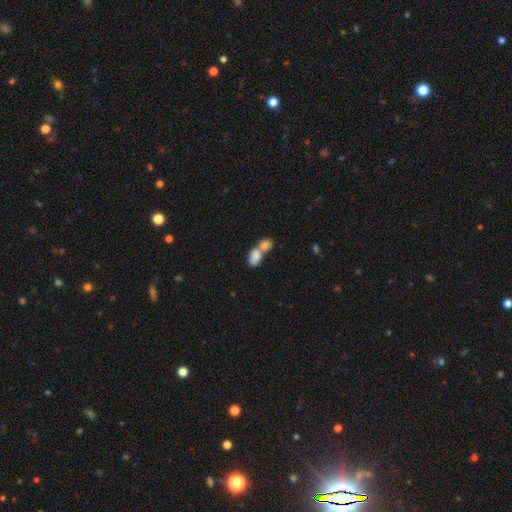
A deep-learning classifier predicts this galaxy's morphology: type=smooth (81%); roundness=in between (86%); merging=merger (76%).